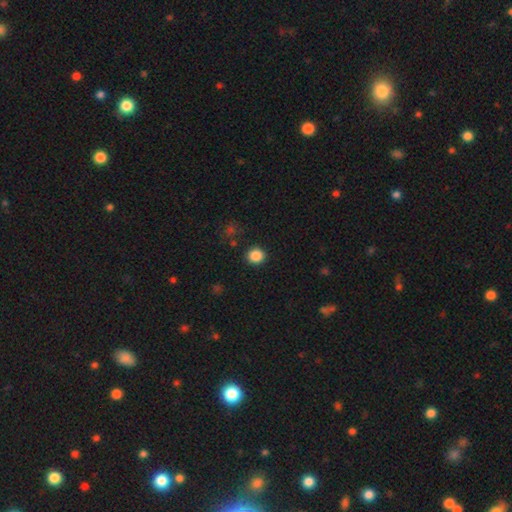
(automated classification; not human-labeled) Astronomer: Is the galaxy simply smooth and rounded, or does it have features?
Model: smooth — 86%.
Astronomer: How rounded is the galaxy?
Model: round — 85%.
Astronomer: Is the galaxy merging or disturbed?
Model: none — 90%.